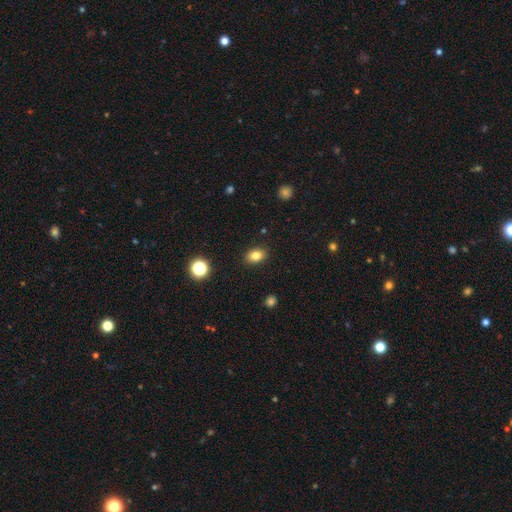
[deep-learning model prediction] Smooth or featured: smooth — 82% (star or artifact — 11%)
How rounded: in between — 76% (round — 23%)
Merging: none — 88% (minor disturbance — 8%)